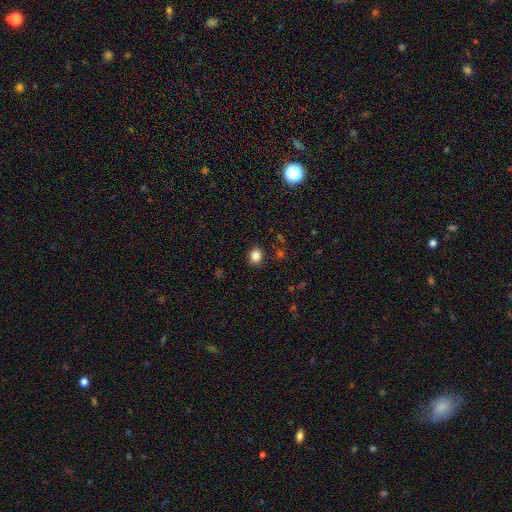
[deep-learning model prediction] Overall: smooth (85%). How rounded: round (62%; in between 37%). Merging: none (89%).